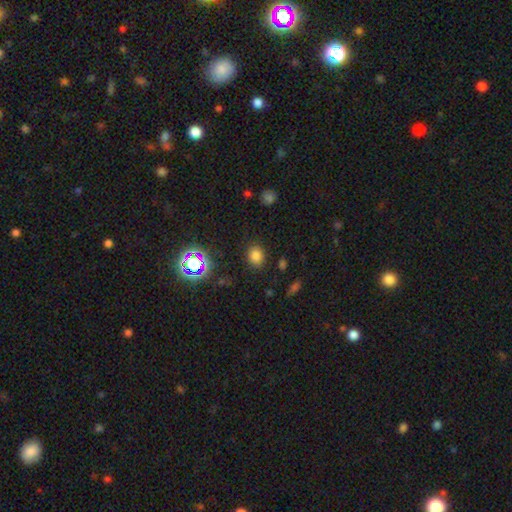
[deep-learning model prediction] A smooth galaxy with no disk features (74%) that is round (55%). Merging: none (84%).